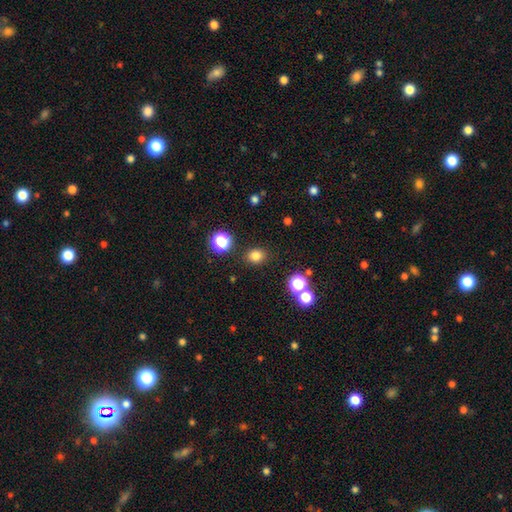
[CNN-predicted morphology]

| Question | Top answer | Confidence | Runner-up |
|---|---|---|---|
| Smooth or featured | smooth | 79% | star or artifact (16%) |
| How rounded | round | 66% | in between (33%) |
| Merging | none | 87% | minor disturbance (8%) |